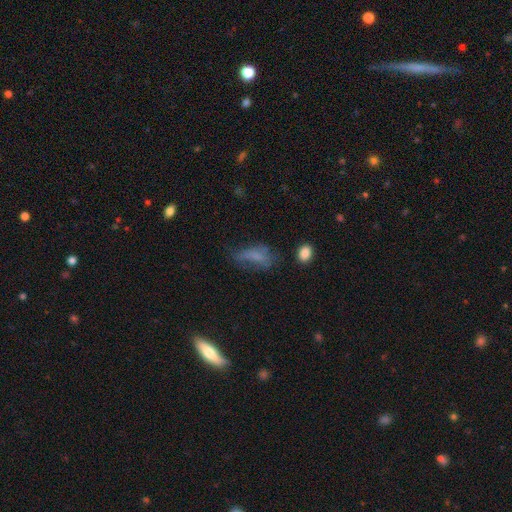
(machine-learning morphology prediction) Smooth or featured? smooth (62%)
How rounded? in between (74%)
Merging? none (36%)